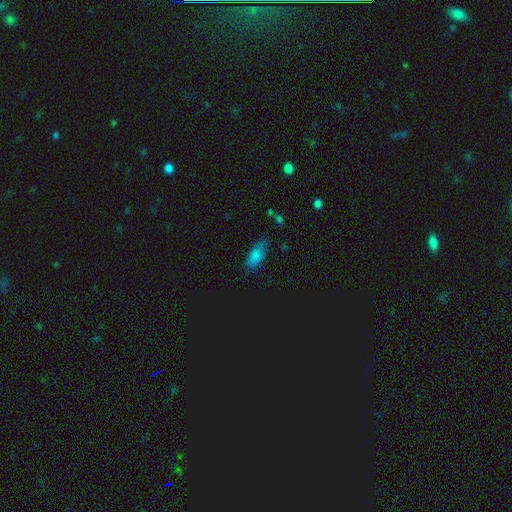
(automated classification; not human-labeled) Overall: smooth (79%). How rounded: in between (86%). Merging: none (74%).